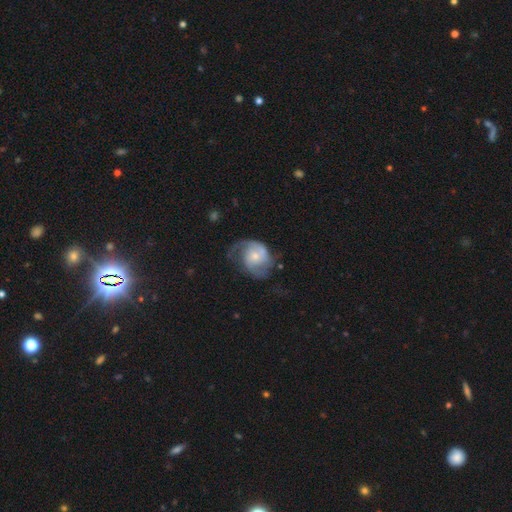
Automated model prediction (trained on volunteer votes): Smooth or featured: featured or disk — 77% (smooth — 17%)
Edge-on disk: no — 98% (yes — 2%)
Bar: no — 66% (weak — 29%)
Spiral arms: yes — 92% (no — 8%)
Spiral winding: medium — 47% (loose — 30%)
Spiral arm count: 2 — 74% (1 — 11%)
Bulge size: small — 49% (moderate — 41%)
Merging: none — 48% (major disturbance — 24%)